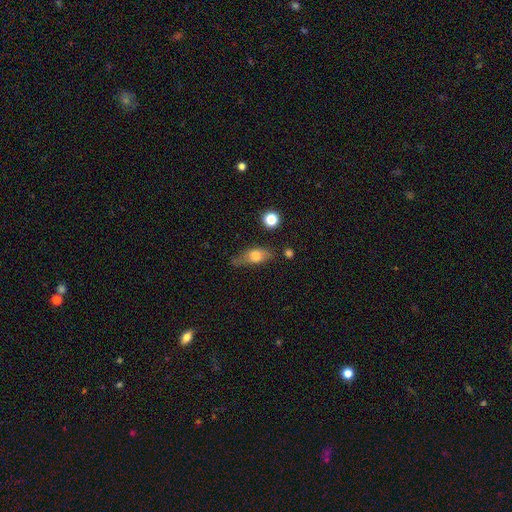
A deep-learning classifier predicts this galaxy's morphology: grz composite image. It shows a smooth galaxy with no disk features (64%) that is in between round and cigar-shaped (70%). Merging: none (55%).